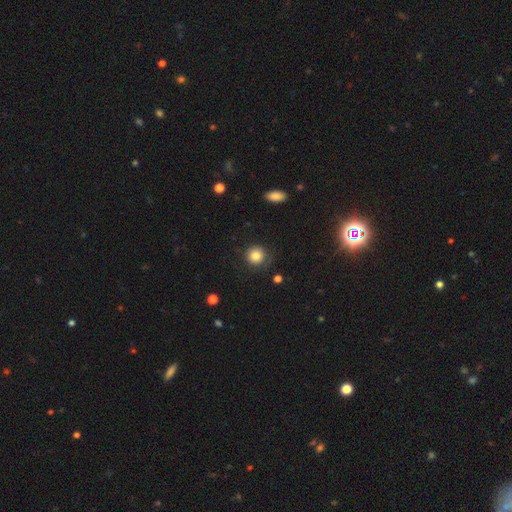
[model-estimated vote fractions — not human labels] Smooth or featured: smooth — 81% (star or artifact — 10%)
How rounded: round — 92% (in between — 7%)
Merging: none — 76% (minor disturbance — 15%)